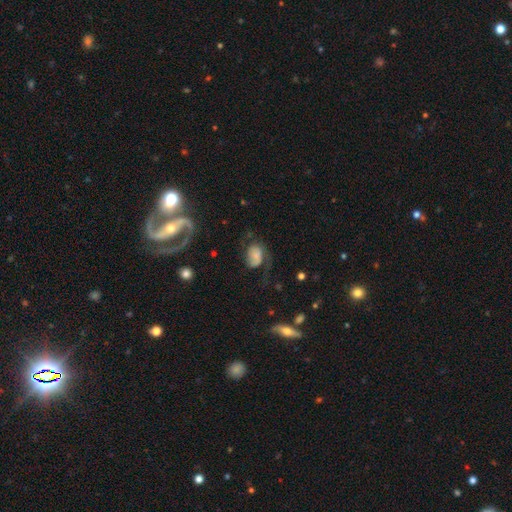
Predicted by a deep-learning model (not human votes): Overall: smooth (48%; featured or disk 42%). Merging: none (40%; major disturbance 34%).